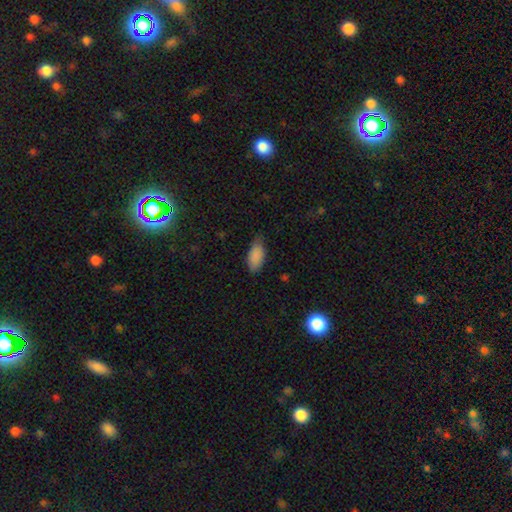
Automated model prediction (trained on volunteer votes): This is clearly a smooth galaxy (88%). How rounded: clearly in between (90%). Merging: likely none (70%).